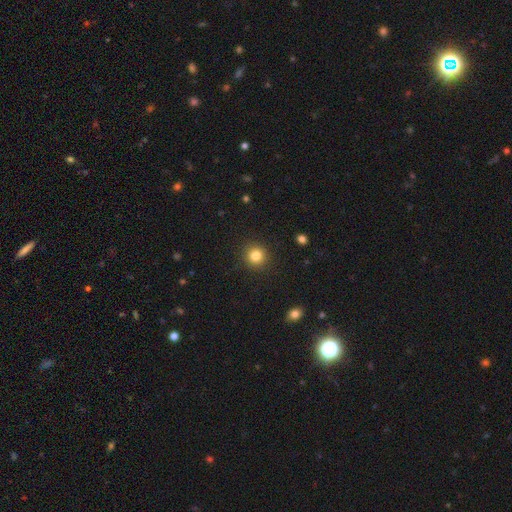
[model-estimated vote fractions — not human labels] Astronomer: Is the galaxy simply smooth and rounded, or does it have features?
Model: smooth — 83%.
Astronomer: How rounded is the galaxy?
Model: round — 92%.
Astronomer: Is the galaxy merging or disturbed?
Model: none — 91%.